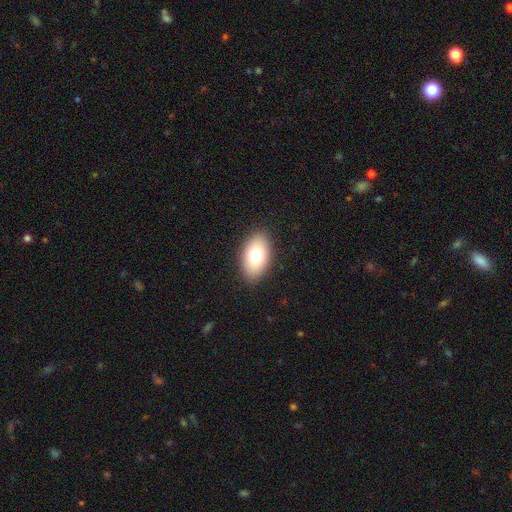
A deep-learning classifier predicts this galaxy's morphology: Overall: smooth (77%). How rounded: in between (93%). Merging: none (88%).